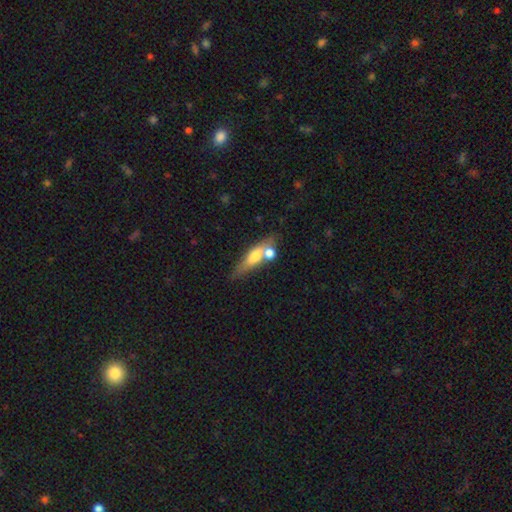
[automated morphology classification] Smooth or featured: smooth — 56% (featured or disk — 36%)
How rounded: cigar-shaped — 56% (in between — 39%)
Merging: none — 47% (merger — 32%)